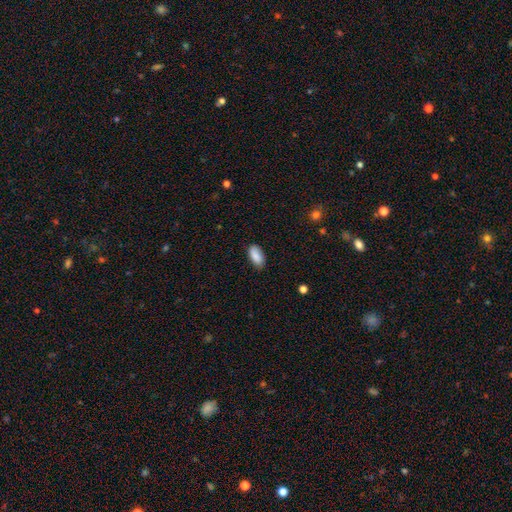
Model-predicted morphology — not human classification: This is clearly a smooth galaxy (88%). How rounded: clearly in between (92%). Merging: clearly none (81%).